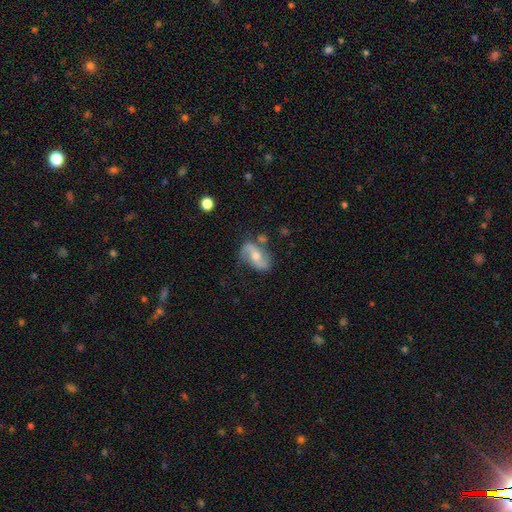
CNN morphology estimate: Q: Smooth or featured?
A: featured or disk (78%); runner-up: smooth (15%)
Q: Edge-on disk?
A: no (95%); runner-up: yes (5%)
Q: Bar?
A: no (40%); runner-up: weak (33%)
Q: Spiral arms?
A: yes (92%); runner-up: no (8%)
Q: Spiral winding?
A: loose (59%); runner-up: medium (30%)
Q: Spiral arm count?
A: 2 (88%); runner-up: 1 (5%)
Q: Bulge size?
A: moderate (60%); runner-up: small (34%)
Q: Merging?
A: none (67%); runner-up: minor disturbance (20%)